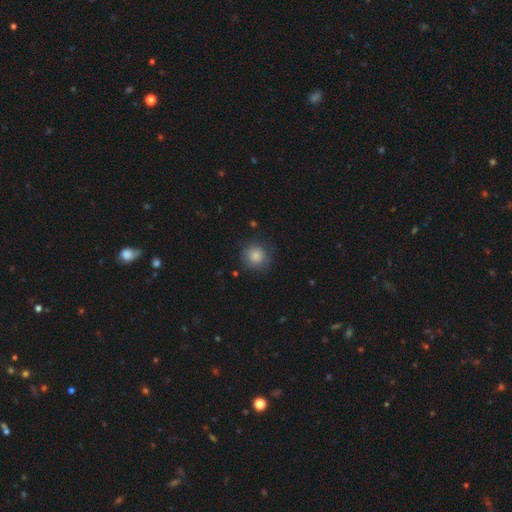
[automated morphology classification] Smooth or featured: smooth — 85% (star or artifact — 9%)
How rounded: round — 93% (in between — 6%)
Merging: none — 81% (minor disturbance — 14%)